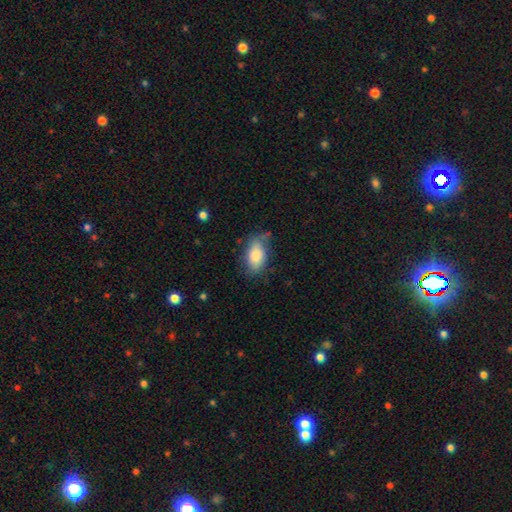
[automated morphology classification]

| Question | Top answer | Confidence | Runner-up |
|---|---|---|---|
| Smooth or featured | smooth | 83% | featured or disk (11%) |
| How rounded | in between | 92% | round (5%) |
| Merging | none | 63% | minor disturbance (26%) |